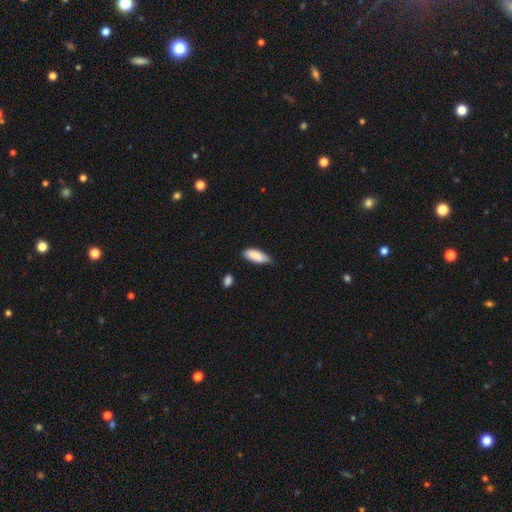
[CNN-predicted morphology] This is clearly a smooth galaxy (86%). How rounded: likely in between (71%). Merging: likely none (61%).